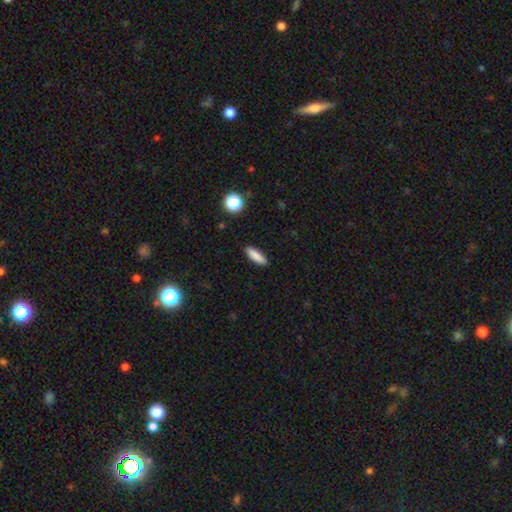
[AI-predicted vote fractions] Overall: smooth (87%). How rounded: cigar-shaped (50%; in between 48%). Merging: none (90%).